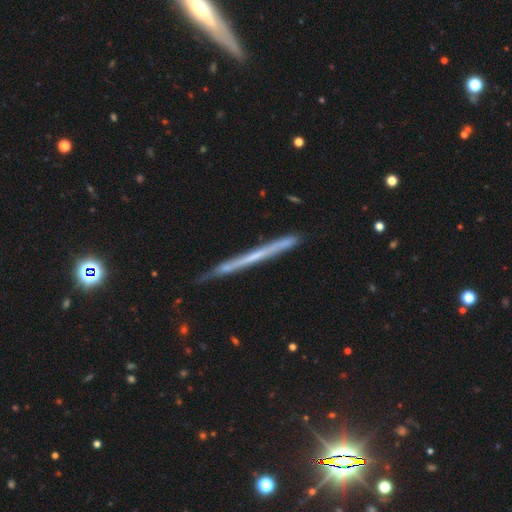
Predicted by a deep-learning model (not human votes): A featured or disk galaxy (58%) viewed edge-on (97%) with no central bulge (89%). Merging: none (83%).